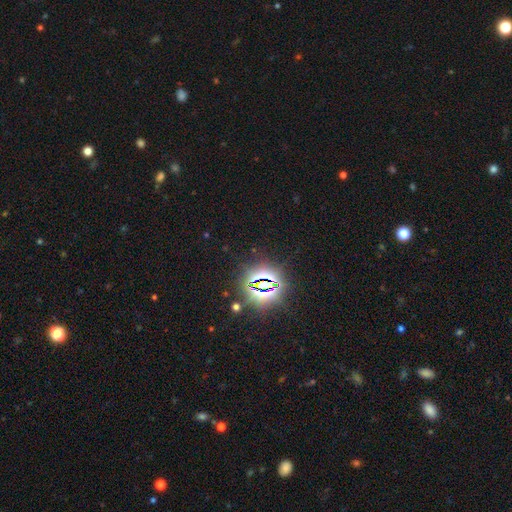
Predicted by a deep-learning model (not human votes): star or artifact 86%, smooth 8%, featured or disk 6%.